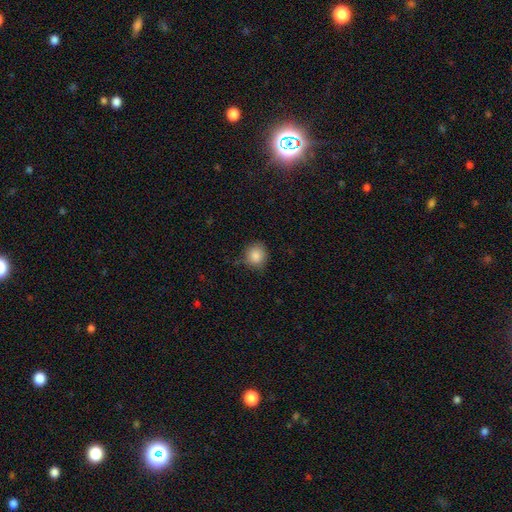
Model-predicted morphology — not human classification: smooth 86%, star or artifact 9%, featured or disk 5%. Down the decision tree: how rounded — round (87%); merging — none (78%).